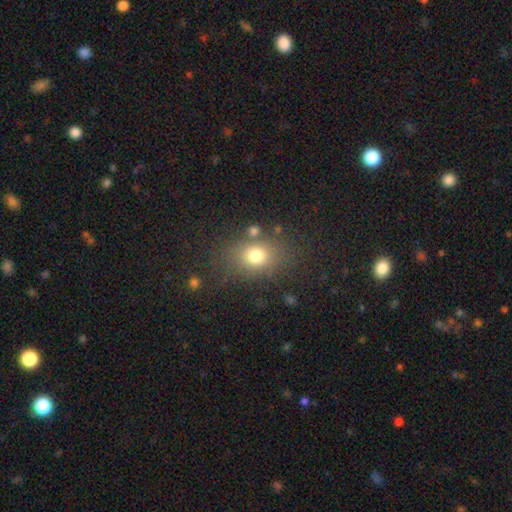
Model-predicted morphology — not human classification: A smooth galaxy with no disk features (75%) that is round (50%). Merging: none (73%).